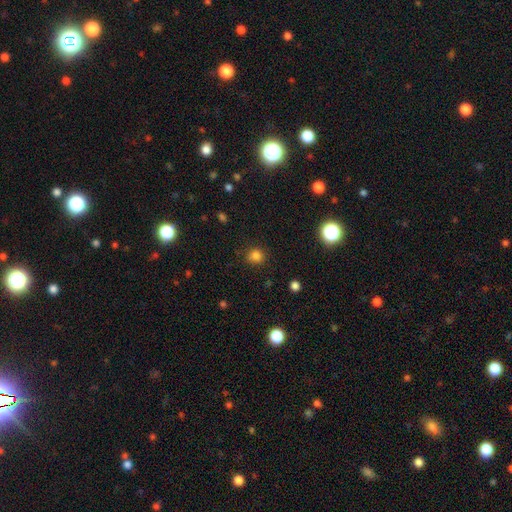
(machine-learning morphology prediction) The model was most divided on "smooth or featured": smooth: 81%, star or artifact: 15%, featured or disk: 4%. More confident: merging — none (87%); how rounded — round (86%).